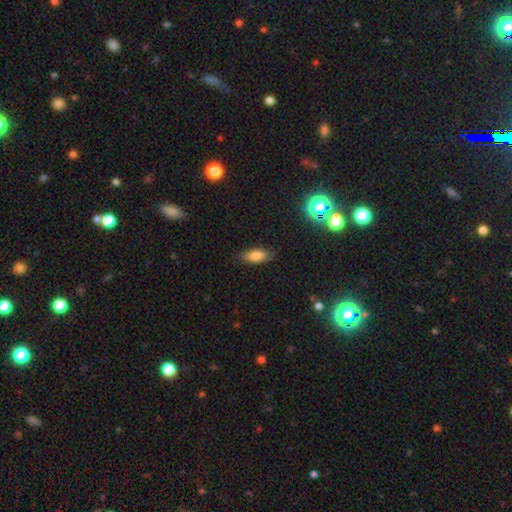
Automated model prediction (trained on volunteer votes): Smooth or featured? Predicted: smooth (p=0.79). How rounded? Predicted: in between (p=0.79). Merging? Predicted: none (p=0.81).